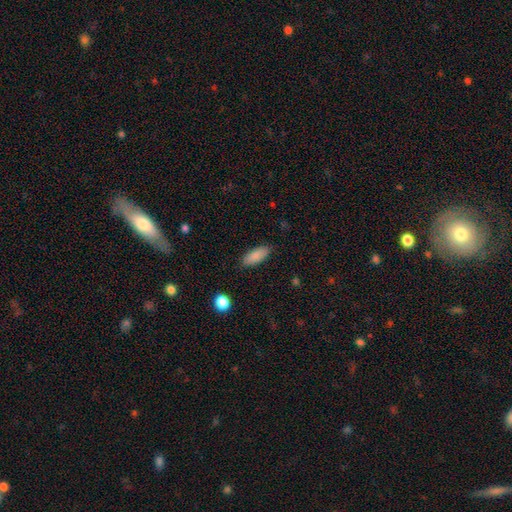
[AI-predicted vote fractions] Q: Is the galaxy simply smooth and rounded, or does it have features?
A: smooth — 87%.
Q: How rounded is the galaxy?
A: in between — 80%.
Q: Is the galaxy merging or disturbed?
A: none — 86%.